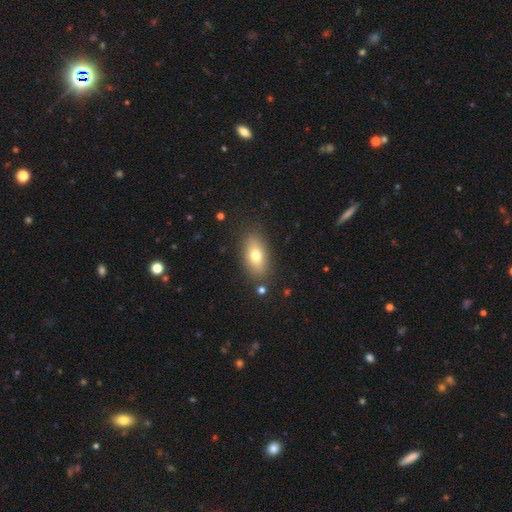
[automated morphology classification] smooth_or_featured: smooth (p=0.72) [alt: featured or disk p=0.19]
how_rounded: in between (p=0.85) [alt: cigar-shaped p=0.08]
merging: none (p=0.84) [alt: minor disturbance p=0.10]